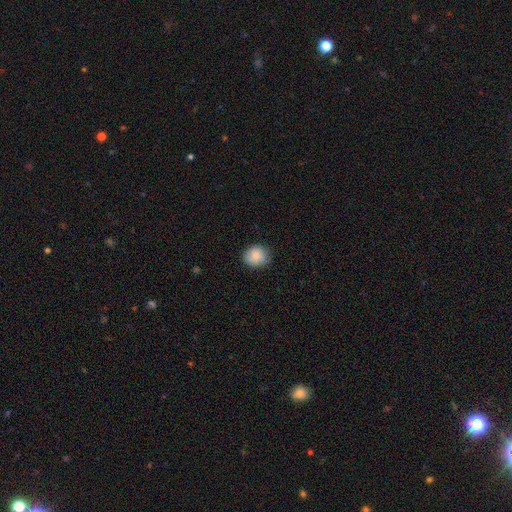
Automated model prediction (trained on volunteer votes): This appears to be a smooth galaxy with no disk features (86%) that is round (72%). Merging: none (83%).